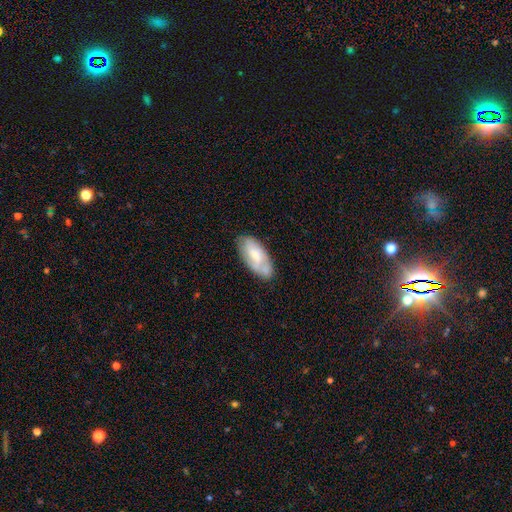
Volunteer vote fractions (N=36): A smooth galaxy with no disk features (50%, tied with featured or disk) that is in between round and cigar-shaped (100%).

Vote fractions:
- Smooth or featured? smooth: 50% (tied) / featured or disk: 50% (tied) / star or artifact: 0%
- How rounded? in between: 100% / round: 0% / cigar-shaped: 0%
- Merging? none: 69% / minor disturbance: 19% / major disturbance: 8% / merger: 3%